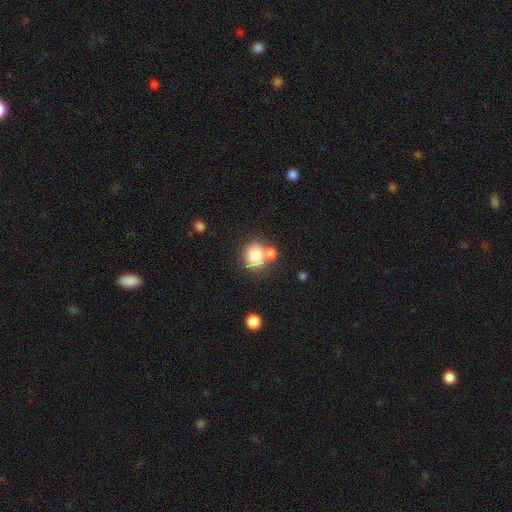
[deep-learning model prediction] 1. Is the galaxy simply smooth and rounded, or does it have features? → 79% smooth, 12% featured or disk, 9% star or artifact.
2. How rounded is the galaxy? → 78% round, 21% in between, 1% cigar-shaped.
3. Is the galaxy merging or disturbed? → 48% none, 35% merger, 12% minor disturbance, 5% major disturbance.